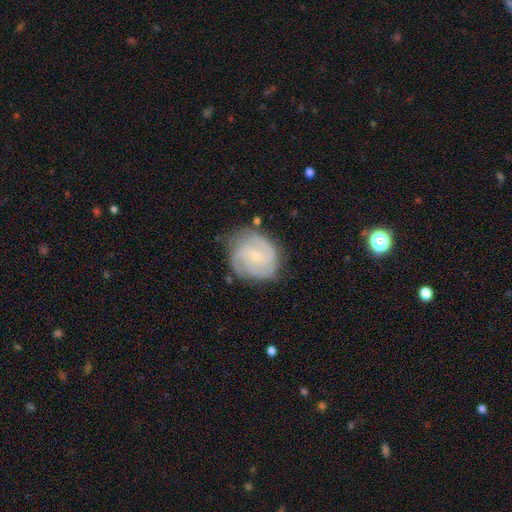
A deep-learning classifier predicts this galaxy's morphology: A featured or disk galaxy (86%) with no bar (65%), 3 (43%) tight (68%) spiral arms (98%) and a small central bulge (76%).

Vote fractions:
- Smooth or featured? featured or disk: 86% / smooth: 8% / star or artifact: 6%
- Edge-on disk? no: 98% / yes: 2%
- Bar? no: 65% / weak: 29% / strong: 6%
- Spiral arms? yes: 98% / no: 2%
- Spiral winding? tight: 68% / medium: 28% / loose: 4%
- Spiral arm count? 3: 43% / 2: 24% / can't tell: 14% / 4: 11% / 1: 5% / more than 4: 5%
- Bulge size? small: 76% / moderate: 20% / none: 3% / large: 1% / dominant: 1%
- Merging? none: 77% / minor disturbance: 17% / major disturbance: 4% / merger: 2%